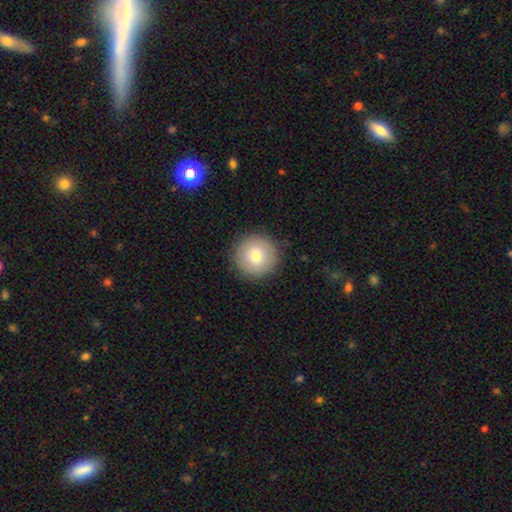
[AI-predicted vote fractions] Smooth or featured: smooth — 78% (featured or disk — 13%)
How rounded: round — 96% (in between — 3%)
Merging: none — 91% (minor disturbance — 6%)